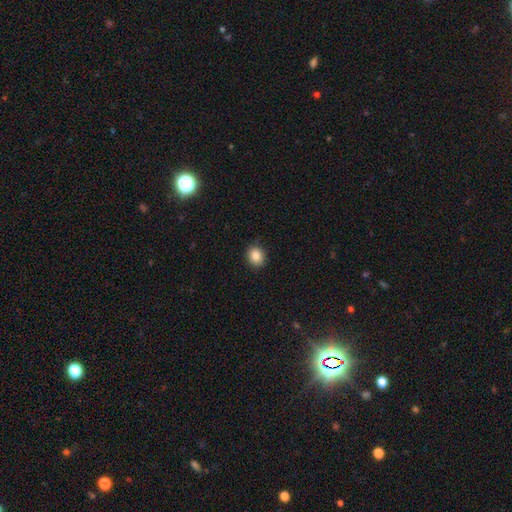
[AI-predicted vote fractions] A smooth galaxy with no disk features (85%) that is round (70%).

Vote fractions:
- Smooth or featured? smooth: 85% / star or artifact: 10% / featured or disk: 5%
- How rounded? round: 70% / in between: 29% / cigar-shaped: 1%
- Merging? none: 89% / minor disturbance: 8% / major disturbance: 2% / merger: 1%